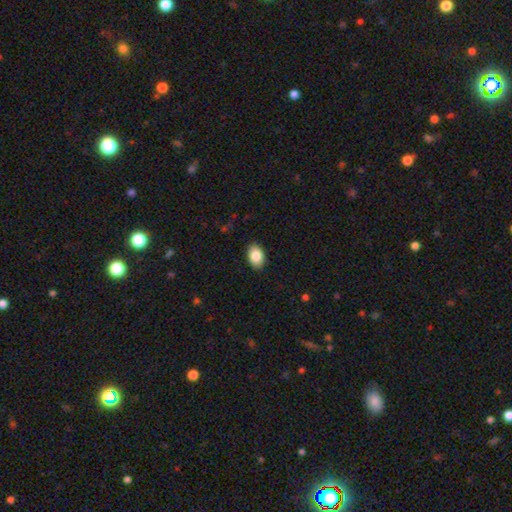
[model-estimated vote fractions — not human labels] Overall: smooth (86%). How rounded: in between (88%). Merging: none (89%).